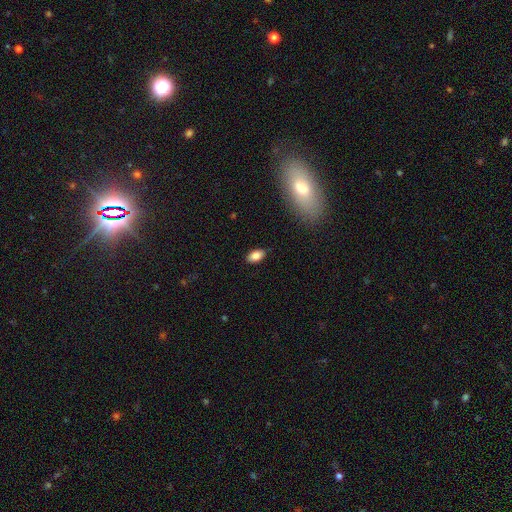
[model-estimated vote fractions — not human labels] Q: Smooth or featured?
A: smooth (84%); runner-up: star or artifact (8%)
Q: How rounded?
A: in between (92%); runner-up: round (5%)
Q: Merging?
A: none (86%); runner-up: minor disturbance (10%)